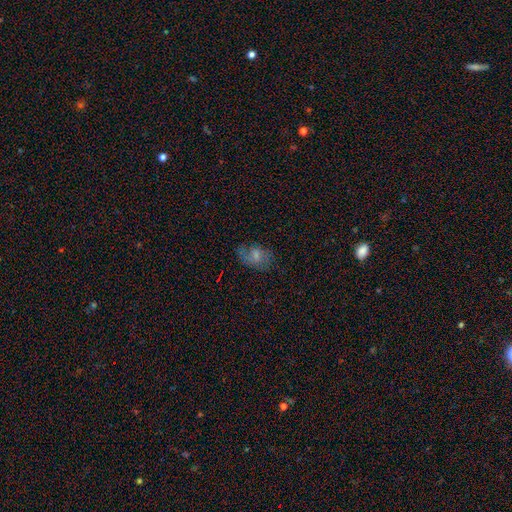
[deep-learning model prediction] Smooth or featured? smooth (52%)
How rounded? in between (81%)
Merging? none (63%)